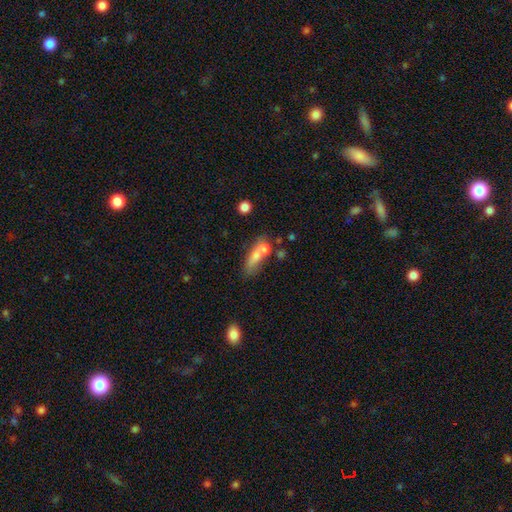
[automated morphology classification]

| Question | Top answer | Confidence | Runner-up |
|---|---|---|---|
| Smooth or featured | smooth | 67% | featured or disk (22%) |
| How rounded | in between | 53% | cigar-shaped (37%) |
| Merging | merger | 43% | none (31%) |